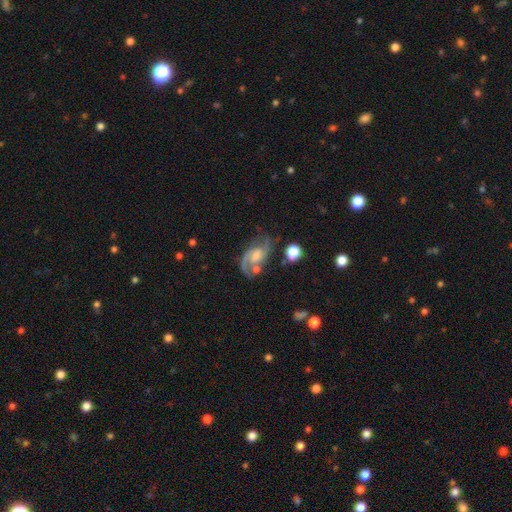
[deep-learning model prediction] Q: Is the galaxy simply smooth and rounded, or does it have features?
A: featured or disk — 84%.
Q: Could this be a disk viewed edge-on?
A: no — 97%.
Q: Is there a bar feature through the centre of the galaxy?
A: no — 47%.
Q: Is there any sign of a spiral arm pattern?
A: yes — 95%.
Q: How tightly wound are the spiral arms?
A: medium — 51%.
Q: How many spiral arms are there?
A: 2 — 84%.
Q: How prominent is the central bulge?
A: moderate — 34%.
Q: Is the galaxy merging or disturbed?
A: none — 51%.